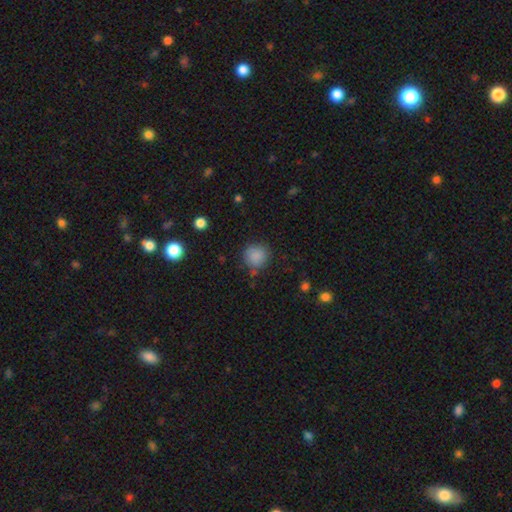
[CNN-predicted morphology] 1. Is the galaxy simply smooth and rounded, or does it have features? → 86% smooth, 10% star or artifact, 5% featured or disk.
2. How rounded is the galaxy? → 92% round, 7% in between, 1% cigar-shaped.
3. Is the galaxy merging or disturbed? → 79% none, 13% minor disturbance, 4% major disturbance, 4% merger.